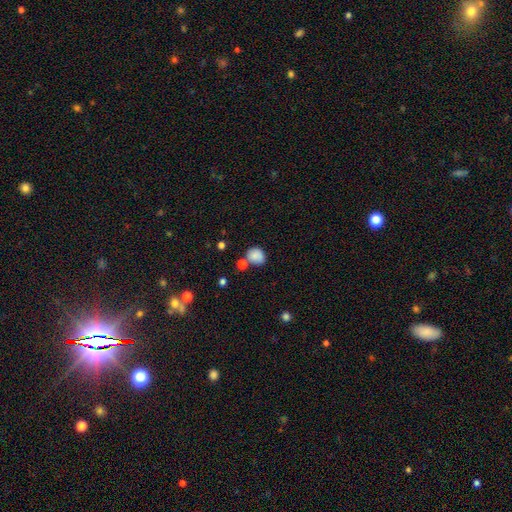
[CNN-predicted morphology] A smooth galaxy with no disk features (85%) that is round (66%). Merging: none (63%).